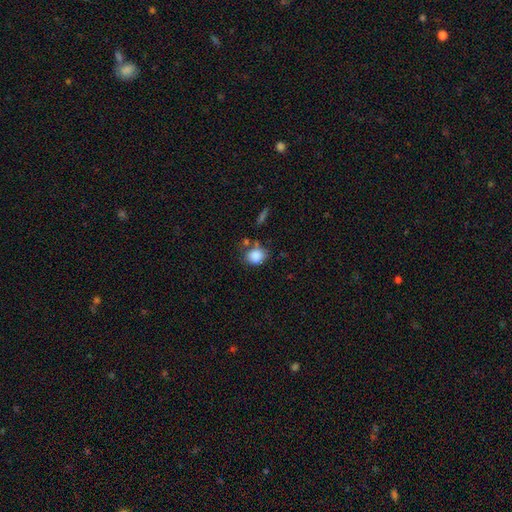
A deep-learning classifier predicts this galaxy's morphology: smooth_or_featured: smooth (p=0.86) [alt: star or artifact p=0.09]
how_rounded: round (p=0.68) [alt: in between p=0.30]
merging: none (p=0.62) [alt: minor disturbance p=0.19]